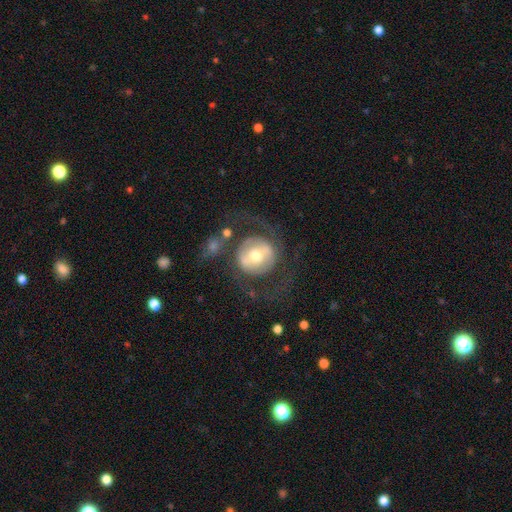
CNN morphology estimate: A featured or disk galaxy (60%) with no bar (42%), no spiral arms (61%) and a moderate central bulge (67%).

Vote fractions:
- Smooth or featured? featured or disk: 60% / smooth: 33% / star or artifact: 7%
- Edge-on disk? no: 95% / yes: 5%
- Bar? no: 42% / weak: 32% / strong: 26%
- Spiral arms? no: 61% / yes: 39%
- Bulge size? moderate: 67% / small: 19% / large: 11% / dominant: 2% / none: 1%
- Merging? none: 62% / major disturbance: 19% / minor disturbance: 13% / merger: 5%